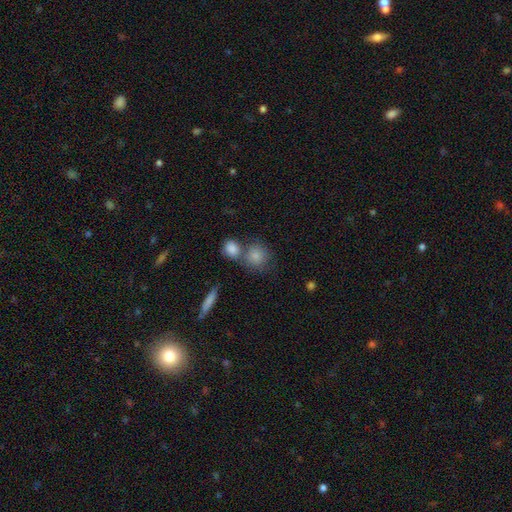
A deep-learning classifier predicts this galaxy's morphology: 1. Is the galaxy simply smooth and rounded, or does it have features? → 83% smooth, 9% featured or disk, 8% star or artifact.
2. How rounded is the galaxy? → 78% round, 20% in between, 2% cigar-shaped.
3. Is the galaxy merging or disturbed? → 46% none, 37% merger, 11% minor disturbance, 5% major disturbance.